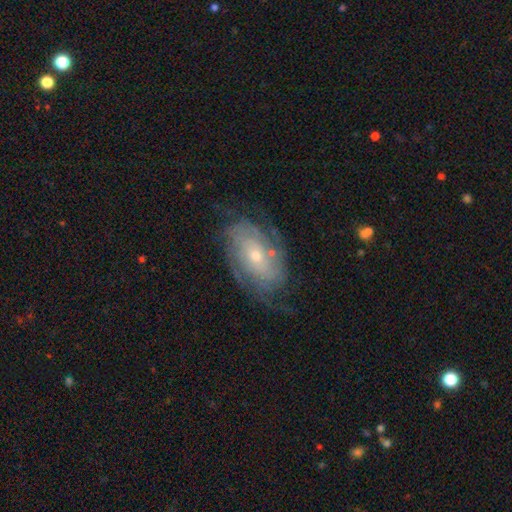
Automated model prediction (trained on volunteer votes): Overall: featured or disk (78%). Edge-on disk: no (94%). Bar: no (70%). Spiral arms: yes (89%). Spiral arm count: can't tell (46%; 2 26%). Spiral winding: tight (63%; medium 27%). Bulge size: small (60%; moderate 36%). Merging: none (69%).